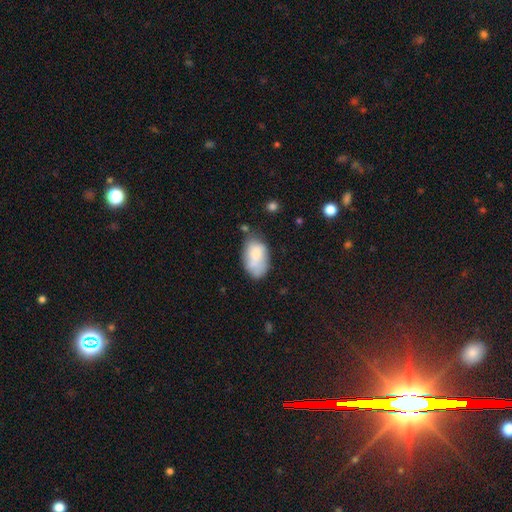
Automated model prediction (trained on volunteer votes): This is likely a smooth galaxy (76%). How rounded: clearly in between (92%). Merging: possibly none (47%).